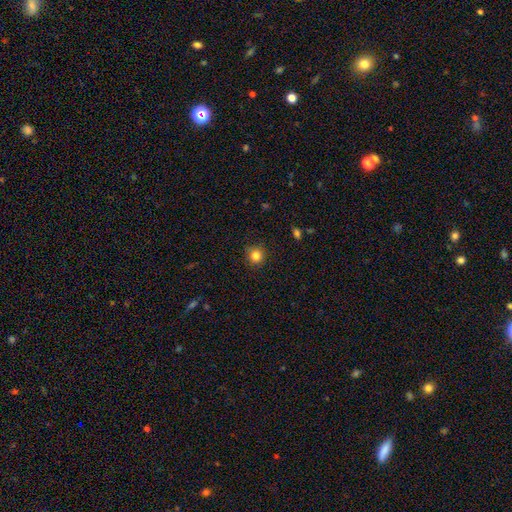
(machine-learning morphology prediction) type=smooth (82%); roundness=round (92%); merging=none (88%).